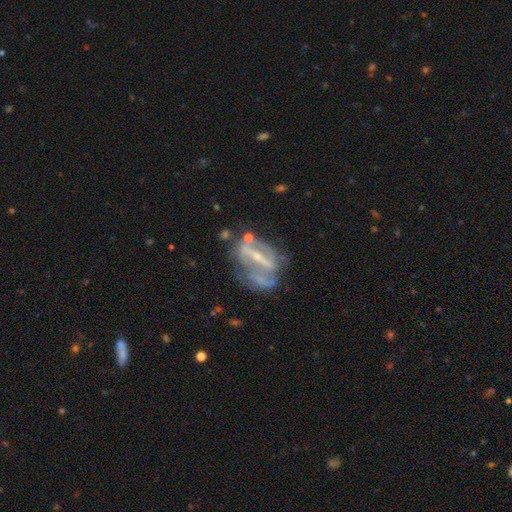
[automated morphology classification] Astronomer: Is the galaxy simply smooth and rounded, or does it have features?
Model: featured or disk — 79%.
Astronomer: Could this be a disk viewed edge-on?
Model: no — 86%.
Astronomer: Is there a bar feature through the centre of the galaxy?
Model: strong — 68%.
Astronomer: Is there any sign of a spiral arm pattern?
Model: yes — 58% (runner-up: no, 42%).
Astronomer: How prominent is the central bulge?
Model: small — 65%.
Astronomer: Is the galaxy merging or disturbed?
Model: none — 48%.